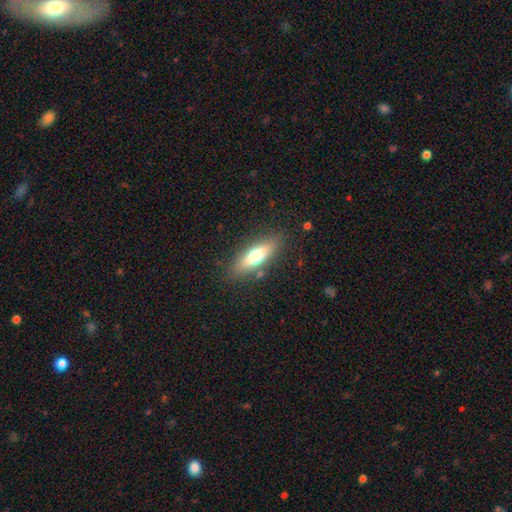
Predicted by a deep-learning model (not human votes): Morphology: type=smooth (59%); roundness=in between (53%); merging=none (83%).